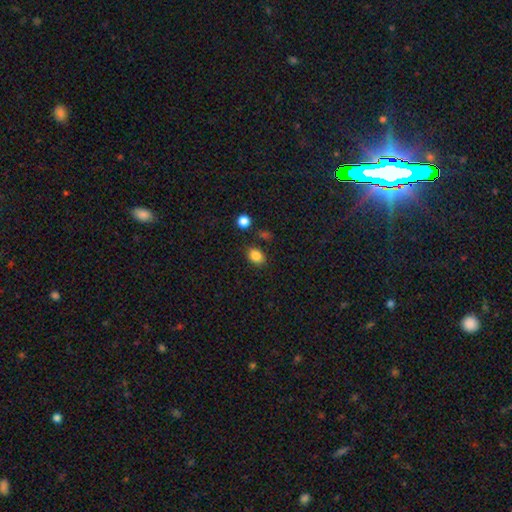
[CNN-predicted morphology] Overall: smooth (85%). How rounded: in between (65%; round 34%). Merging: none (81%).